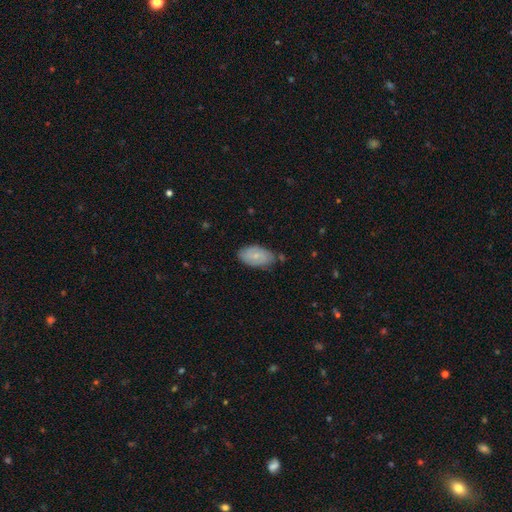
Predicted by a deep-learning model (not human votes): smooth 64%, featured or disk 30%, star or artifact 7%. Down the decision tree: how rounded — in between (93%); merging — none (70%).